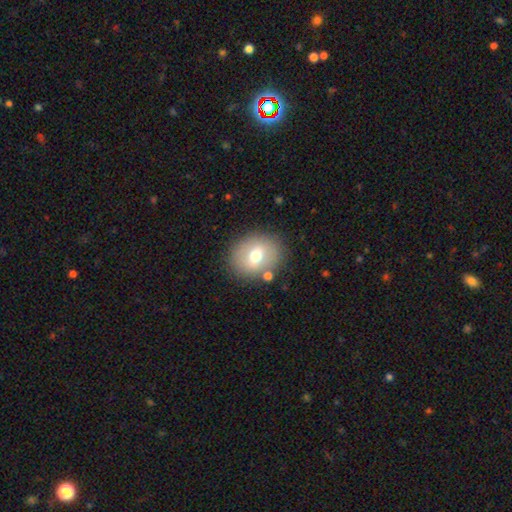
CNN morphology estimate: type=smooth (63%); roundness=round (66%); merging=none (82%).